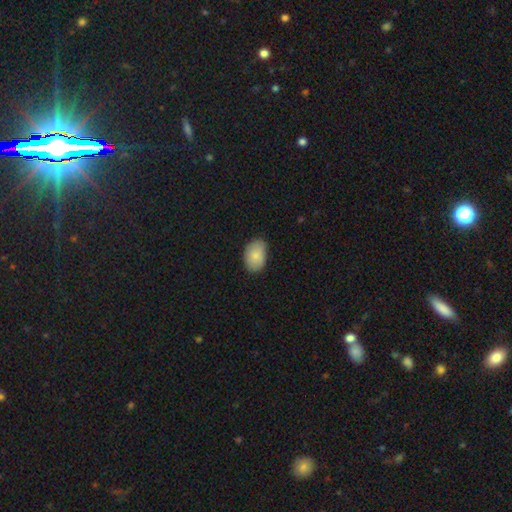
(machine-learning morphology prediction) Smooth or featured? Predicted: smooth (p=0.83). How rounded? Predicted: in between (p=0.85). Merging? Predicted: none (p=0.80).